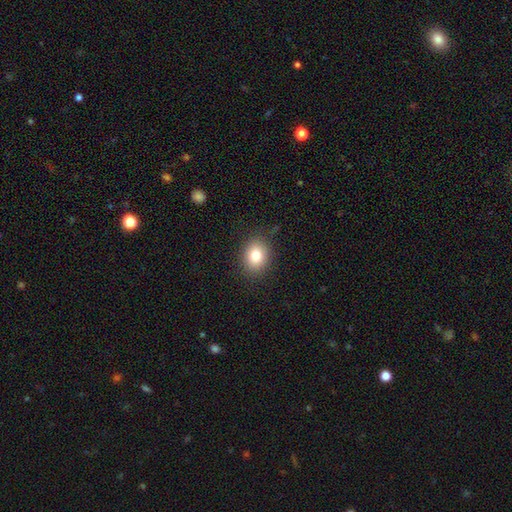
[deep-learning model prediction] Smooth or featured? smooth (82%)
How rounded? round (54%)
Merging? none (87%)